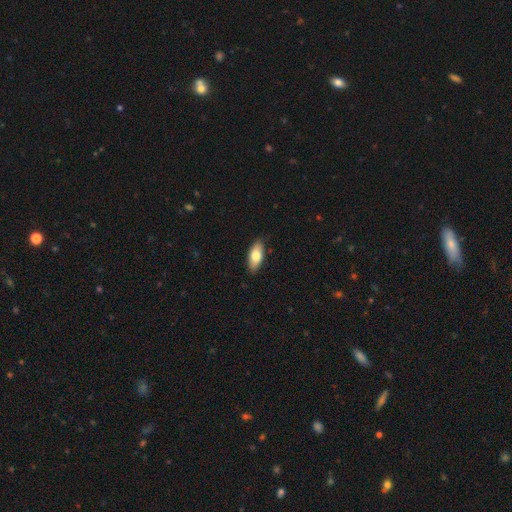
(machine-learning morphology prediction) Q: Smooth or featured?
A: smooth (77%); runner-up: featured or disk (17%)
Q: How rounded?
A: in between (85%); runner-up: cigar-shaped (13%)
Q: Merging?
A: none (86%); runner-up: minor disturbance (12%)